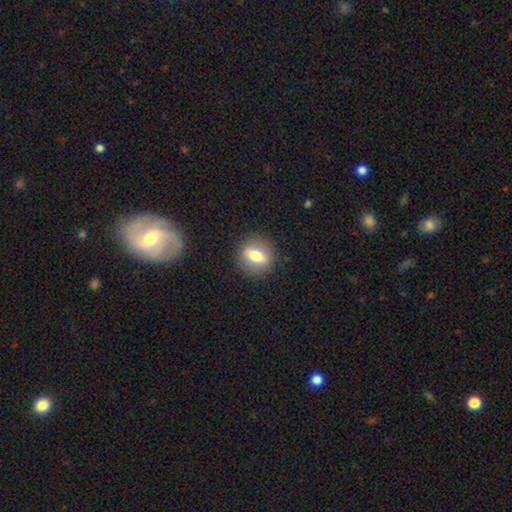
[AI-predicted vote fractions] This is likely a smooth galaxy (62%). How rounded: likely round (72%). Merging: clearly none (89%).